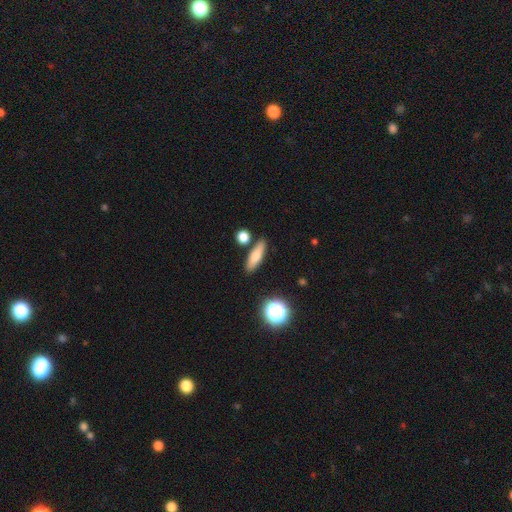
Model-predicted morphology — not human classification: A smooth galaxy with no disk features (70%) that is cigar-shaped (52%). Merging: none (83%).